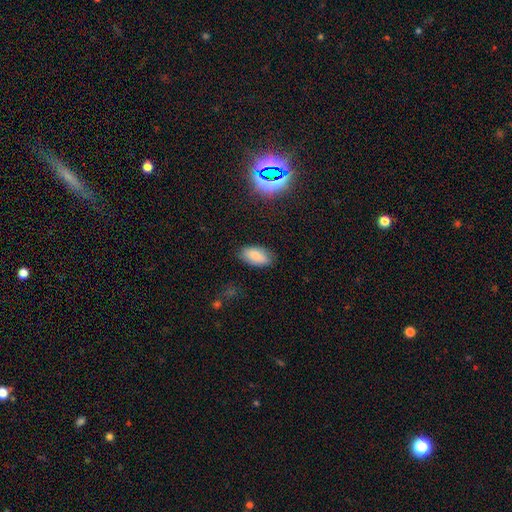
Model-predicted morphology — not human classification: Overall: smooth (80%). How rounded: in between (93%). Merging: none (83%).